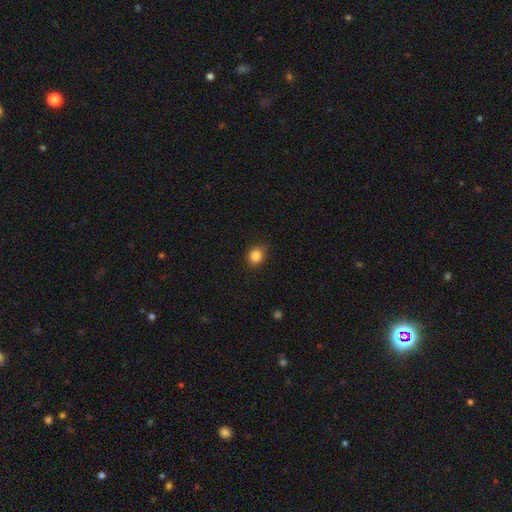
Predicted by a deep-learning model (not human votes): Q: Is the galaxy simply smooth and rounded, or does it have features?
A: smooth — 86%.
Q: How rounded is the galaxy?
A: round — 60%.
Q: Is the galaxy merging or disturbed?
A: none — 81%.